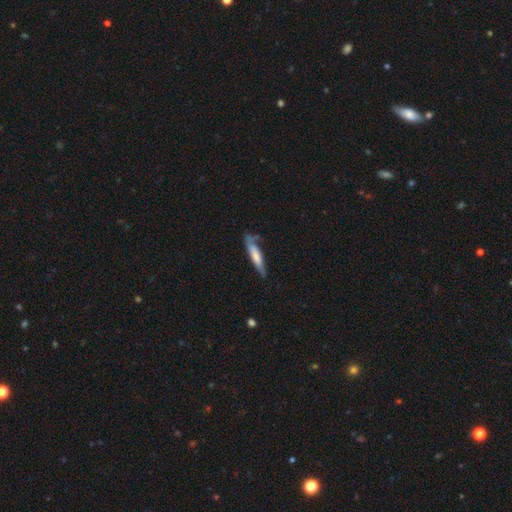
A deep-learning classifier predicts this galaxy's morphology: A smooth galaxy with no disk features (54%) that is cigar-shaped (81%).

Vote fractions:
- Smooth or featured? smooth: 54% / featured or disk: 41% / star or artifact: 5%
- How rounded? cigar-shaped: 81% / in between: 17% / round: 2%
- Merging? none: 59% / minor disturbance: 26% / major disturbance: 9% / merger: 5%